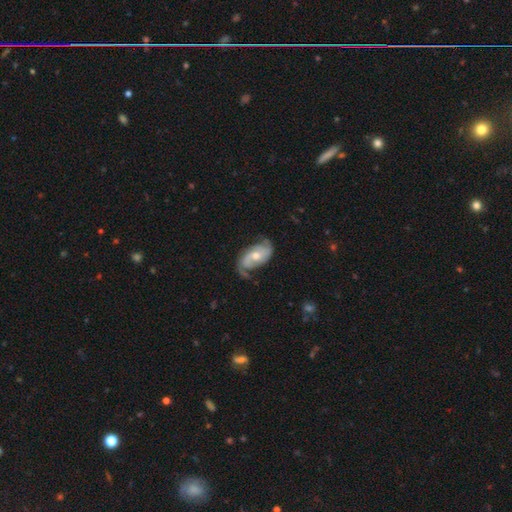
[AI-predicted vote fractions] featured or disk 79%, smooth 16%, star or artifact 5%. Down the decision tree: edge-on disk — no (96%); bar — no (55%); spiral arms — yes (93%); spiral arm count — 2 (78%); spiral winding — medium (41%); bulge size — moderate (66%); merging — none (59%).